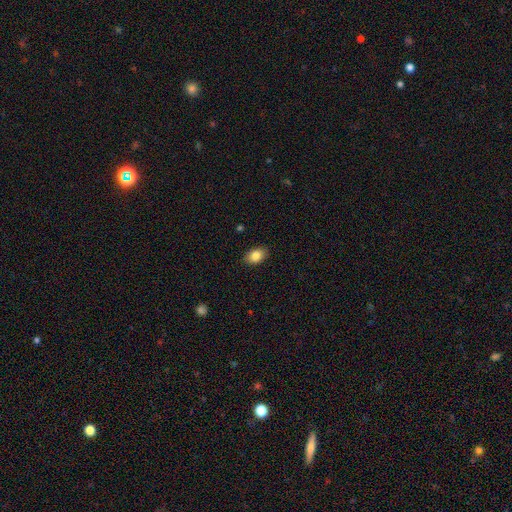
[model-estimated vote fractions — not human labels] Smooth or featured?
  - smooth: 84% *
  - star or artifact: 8%
  - featured or disk: 8%
How rounded?
  - in between: 85% *
  - round: 14%
  - cigar-shaped: 1%
Merging?
  - none: 88% *
  - minor disturbance: 9%
  - major disturbance: 2%
  - merger: 1%